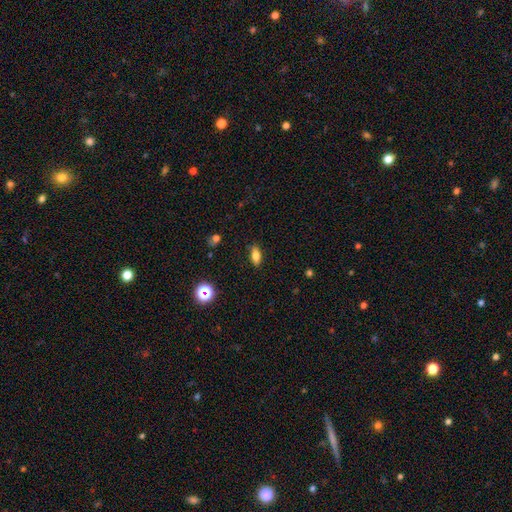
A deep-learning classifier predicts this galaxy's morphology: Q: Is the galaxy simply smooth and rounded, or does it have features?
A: smooth — 75%.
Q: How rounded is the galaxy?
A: in between — 75%.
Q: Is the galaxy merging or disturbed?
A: none — 86%.